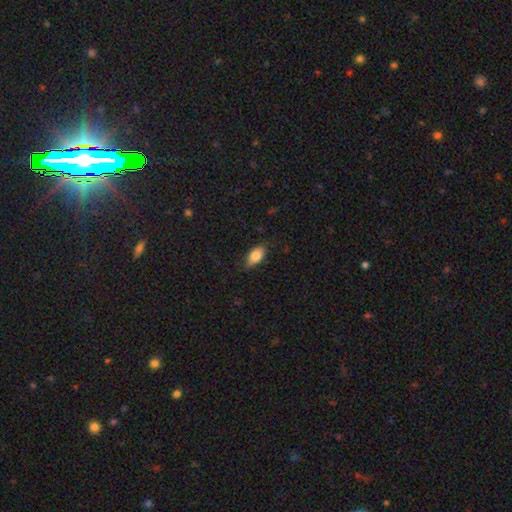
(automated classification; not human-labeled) The model was most divided on "merging": none: 79%, minor disturbance: 17%, major disturbance: 3%, merger: 1%. More confident: how rounded — in between (91%); smooth or featured — smooth (81%).